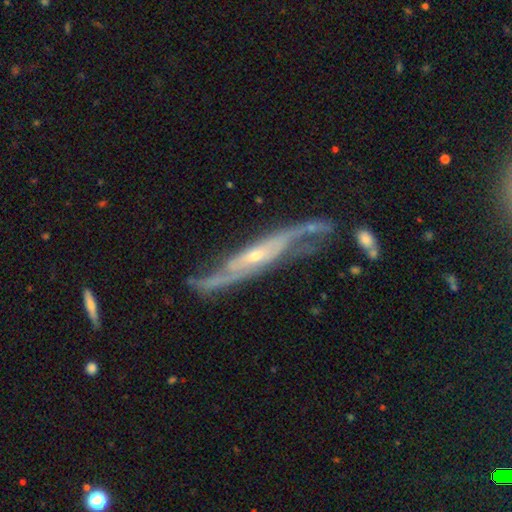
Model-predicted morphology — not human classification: featured or disk 86%, smooth 8%, star or artifact 6%. Down the decision tree: edge-on disk — no (54%); merging — none (60%).